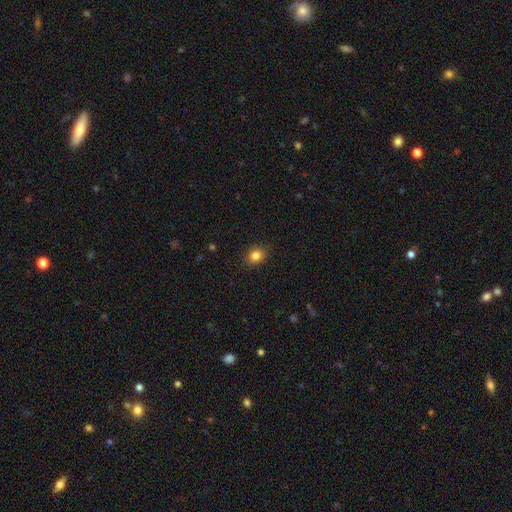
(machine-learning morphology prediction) This is clearly a smooth galaxy (83%). How rounded: possibly round (55%). Merging: clearly none (89%).